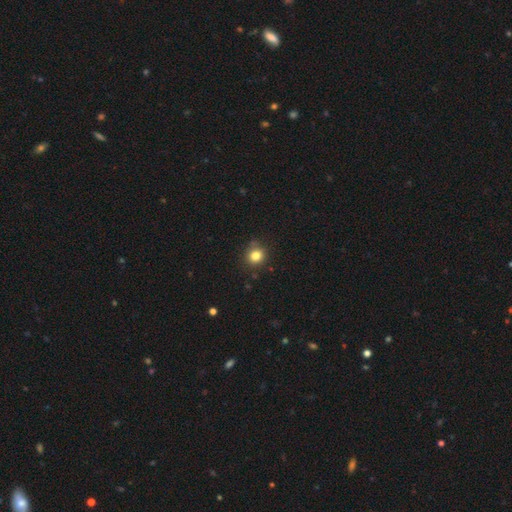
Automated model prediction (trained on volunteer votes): A smooth galaxy with no disk features (82%) that is round (87%).

Vote fractions:
- Smooth or featured? smooth: 82% / star or artifact: 13% / featured or disk: 6%
- How rounded? round: 87% / in between: 12% / cigar-shaped: 1%
- Merging? none: 83% / minor disturbance: 12% / major disturbance: 3% / merger: 3%